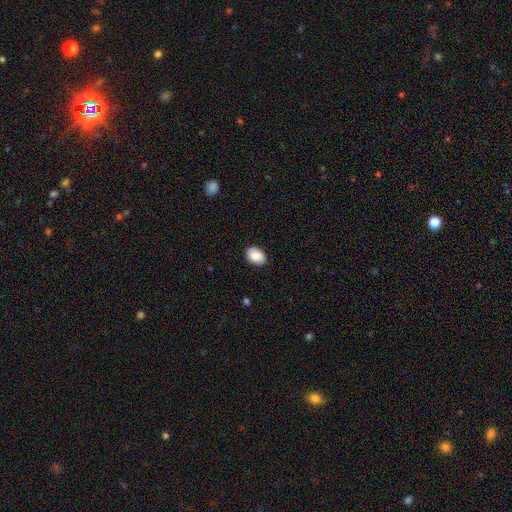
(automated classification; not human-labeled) Smooth or featured? Predicted: smooth (p=0.88). How rounded? Predicted: in between (p=0.80). Merging? Predicted: none (p=0.87).